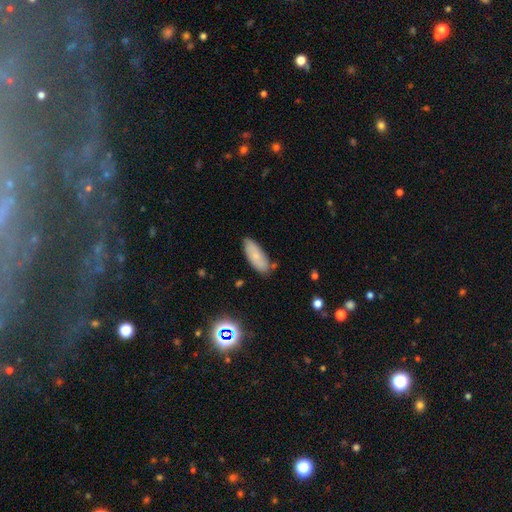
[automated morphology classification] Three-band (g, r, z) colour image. It shows a smooth galaxy with no disk features (75%) that is in between round and cigar-shaped (76%). Merging: none (78%).